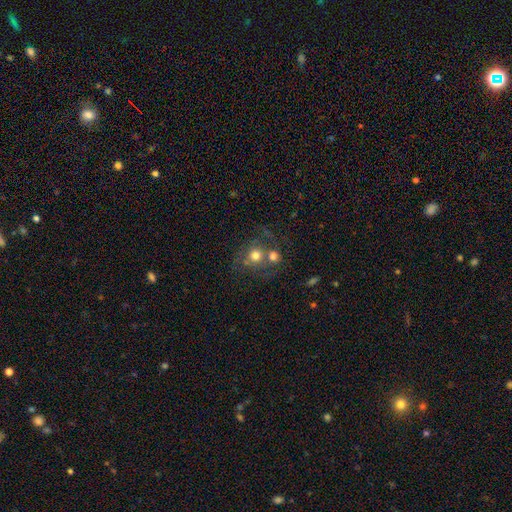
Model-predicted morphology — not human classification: This is likely a smooth galaxy (61%). How rounded: clearly round (81%). Merging: marginally merger (40%).